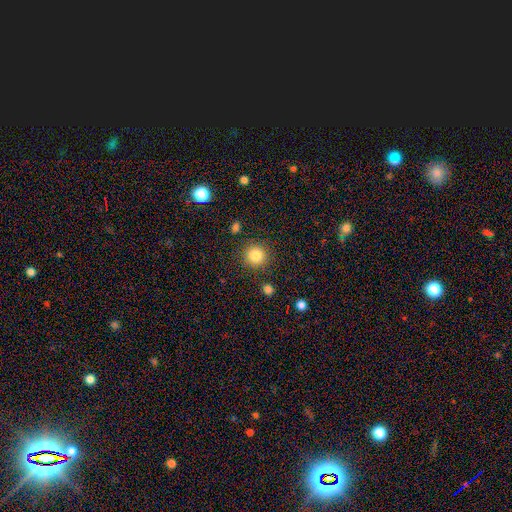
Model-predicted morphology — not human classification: The model was most divided on "smooth or featured": smooth: 83%, star or artifact: 11%, featured or disk: 6%. More confident: how rounded — round (93%); merging — none (88%).